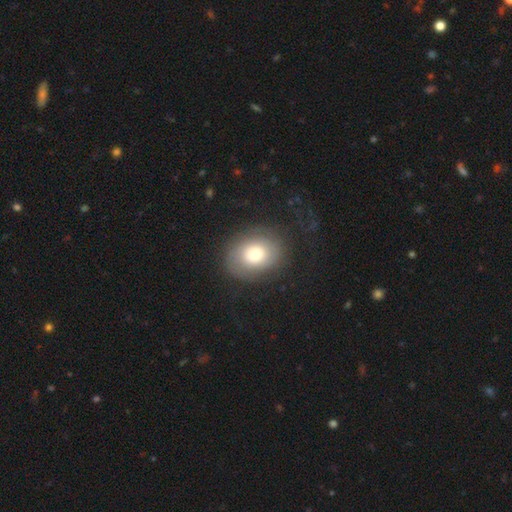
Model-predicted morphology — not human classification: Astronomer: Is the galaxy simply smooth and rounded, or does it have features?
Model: smooth — 66%.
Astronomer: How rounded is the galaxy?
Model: round — 50% (runner-up: in between, 49%).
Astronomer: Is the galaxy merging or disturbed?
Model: none — 78%.